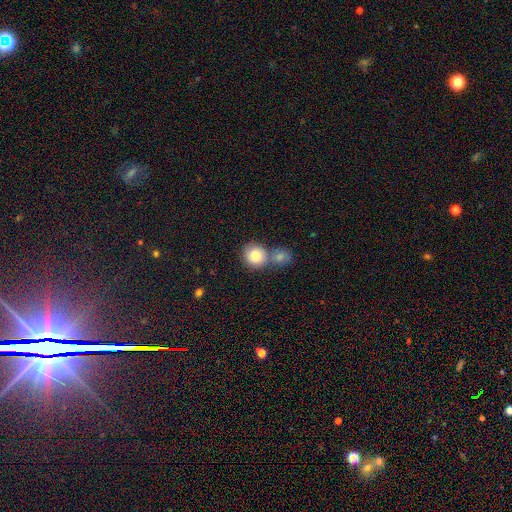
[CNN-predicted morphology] type=smooth (84%); roundness=round (82%); merging=merger (47%).